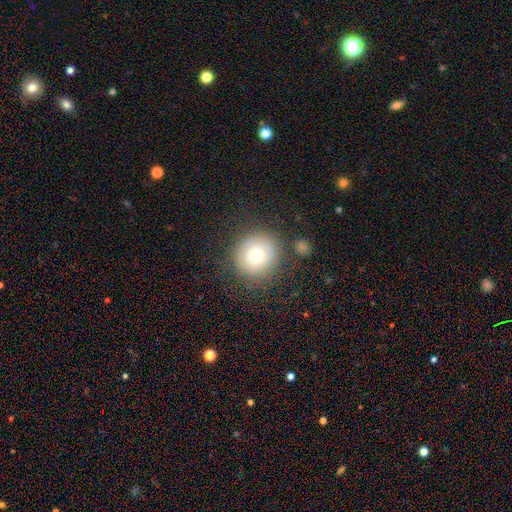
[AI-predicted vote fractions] Q: Smooth or featured?
A: smooth (74%); runner-up: featured or disk (15%)
Q: How rounded?
A: round (92%); runner-up: in between (7%)
Q: Merging?
A: none (82%); runner-up: minor disturbance (10%)